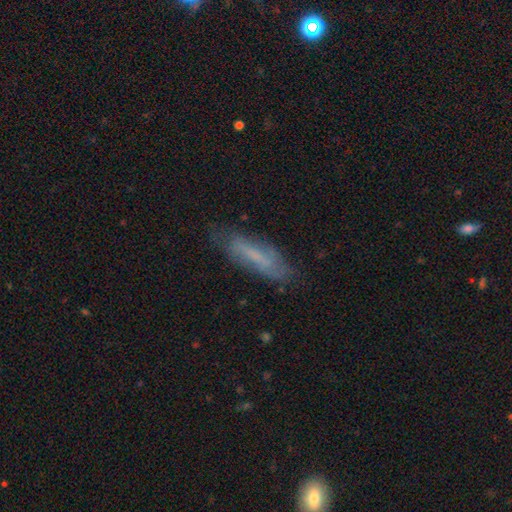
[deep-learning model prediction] smooth_or_featured: smooth (p=0.52) [alt: featured or disk p=0.39]
how_rounded: cigar-shaped (p=0.65) [alt: in between p=0.33]
merging: none (p=0.71) [alt: minor disturbance p=0.21]